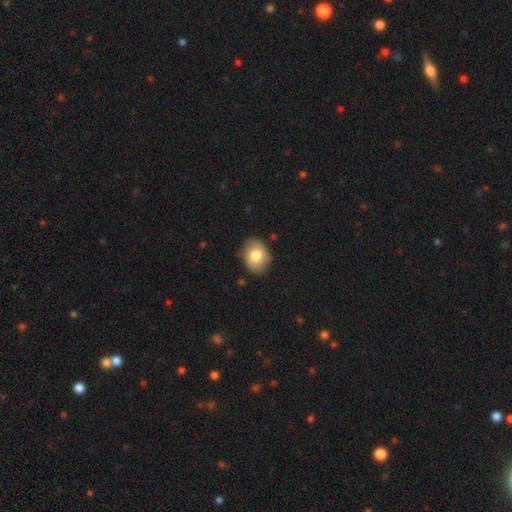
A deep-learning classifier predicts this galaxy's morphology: smooth 77%, featured or disk 15%, star or artifact 7%. Down the decision tree: how rounded — in between (59%); merging — none (81%).